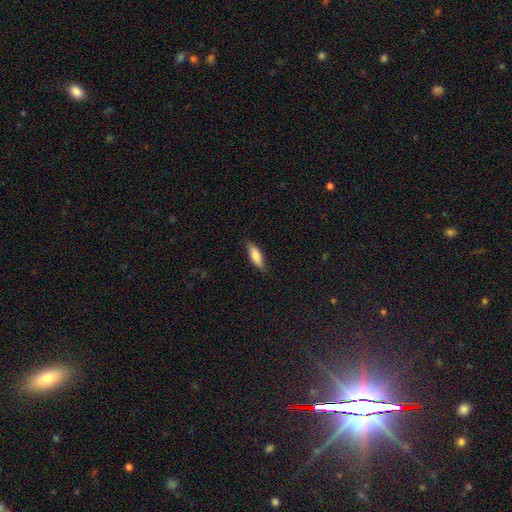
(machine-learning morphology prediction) A smooth galaxy with no disk features (79%) that is in between round and cigar-shaped (61%).

Vote fractions:
- Smooth or featured? smooth: 79% / featured or disk: 15% / star or artifact: 6%
- How rounded? in between: 61% / cigar-shaped: 37% / round: 2%
- Merging? none: 79% / minor disturbance: 17% / major disturbance: 3% / merger: 1%